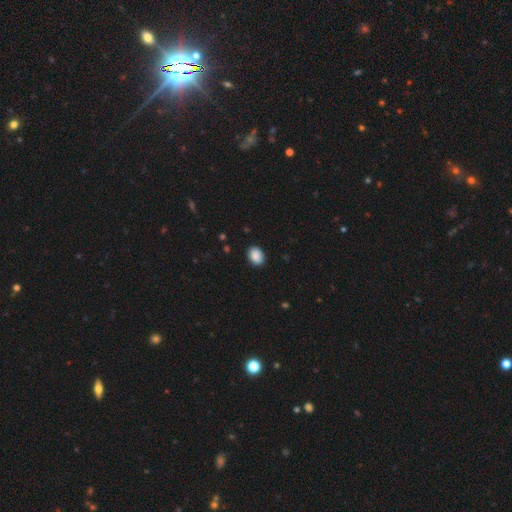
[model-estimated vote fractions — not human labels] Overall: smooth (89%). How rounded: in between (70%). Merging: none (89%).